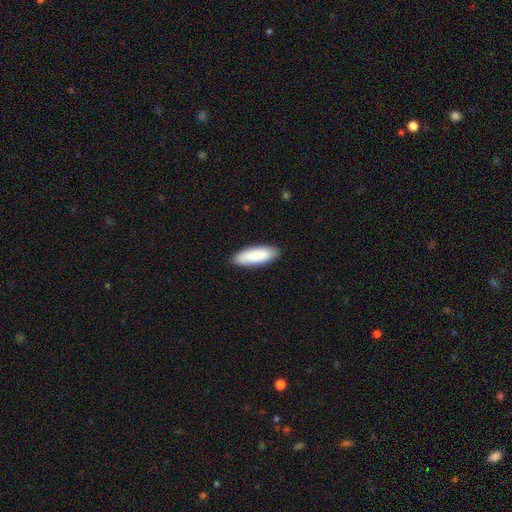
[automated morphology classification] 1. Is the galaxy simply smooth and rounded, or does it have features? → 87% smooth, 8% featured or disk, 5% star or artifact.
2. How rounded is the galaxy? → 62% in between, 36% cigar-shaped, 2% round.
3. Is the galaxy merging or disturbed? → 88% none, 10% minor disturbance, 2% major disturbance, 1% merger.